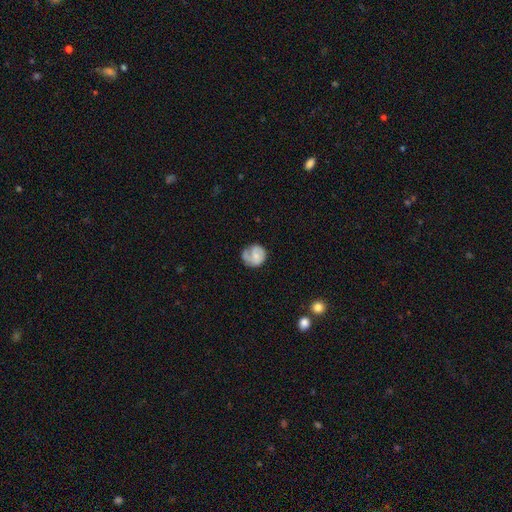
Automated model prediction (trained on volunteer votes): Q: Smooth or featured?
A: smooth (47%); runner-up: featured or disk (46%)
Q: Merging?
A: none (52%); runner-up: minor disturbance (29%)